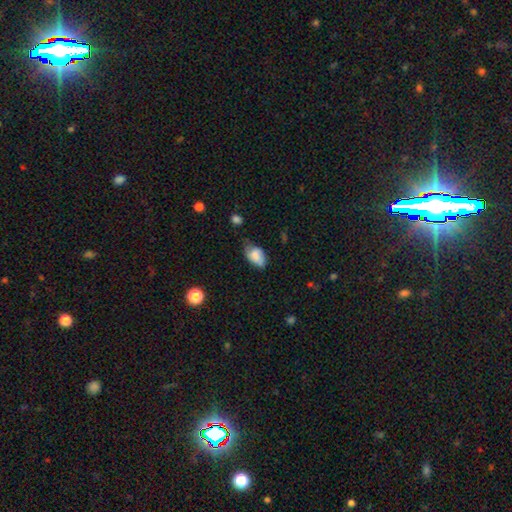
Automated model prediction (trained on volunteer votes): A smooth galaxy with no disk features (77%) that is in between round and cigar-shaped (90%). Merging: none (46%).